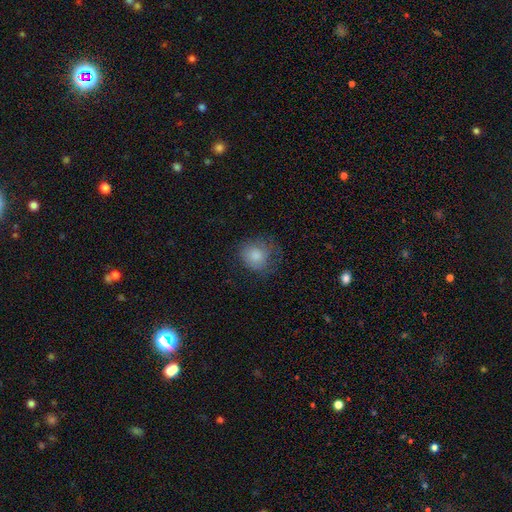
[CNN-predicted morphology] This is likely a smooth galaxy (78%). How rounded: likely round (78%). Merging: possibly none (56%).